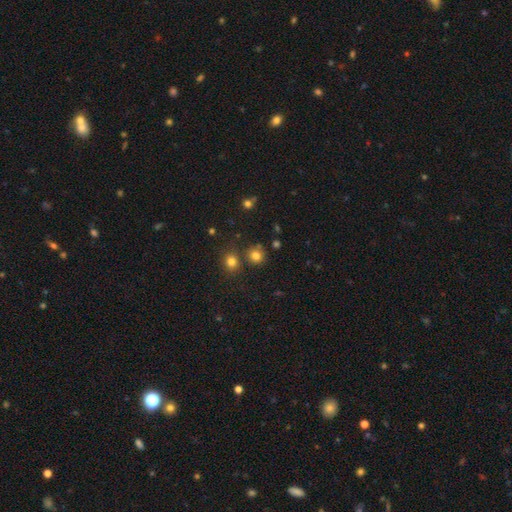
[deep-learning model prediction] A smooth galaxy with no disk features (78%) that is round (90%).

Vote fractions:
- Smooth or featured? smooth: 78% / star or artifact: 16% / featured or disk: 6%
- How rounded? round: 90% / in between: 9% / cigar-shaped: 1%
- Merging? none: 78% / merger: 11% / minor disturbance: 7% / major disturbance: 3%